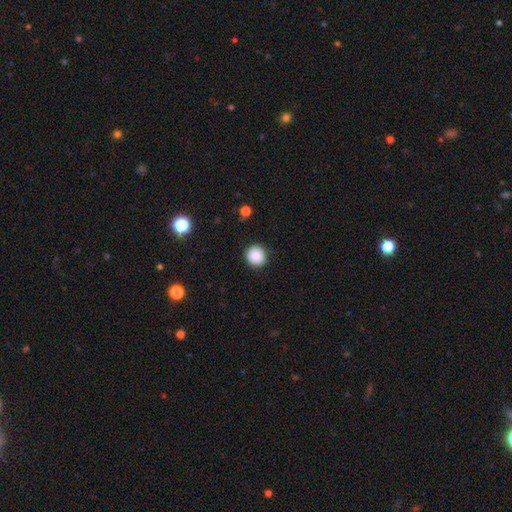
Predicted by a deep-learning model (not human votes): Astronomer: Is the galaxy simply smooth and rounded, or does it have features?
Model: smooth — 89%.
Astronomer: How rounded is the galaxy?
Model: round — 92%.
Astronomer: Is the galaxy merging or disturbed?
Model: none — 91%.